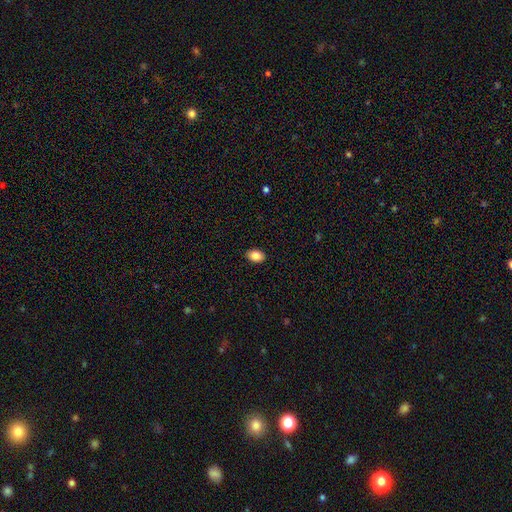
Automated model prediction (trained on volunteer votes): Smooth or featured? smooth (86%)
How rounded? in between (86%)
Merging? none (90%)